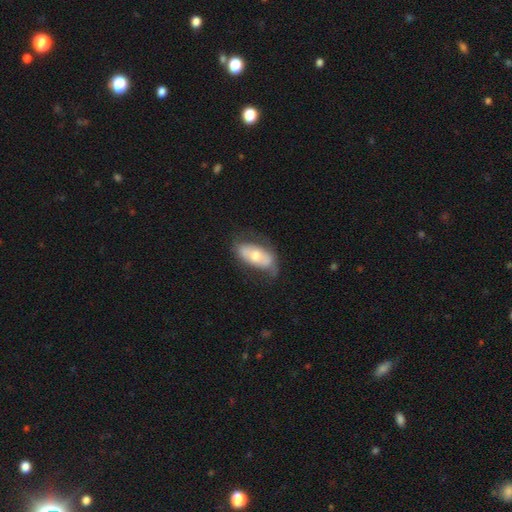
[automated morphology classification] Smooth or featured? smooth (50%)
How rounded? in between (90%)
Merging? none (59%)